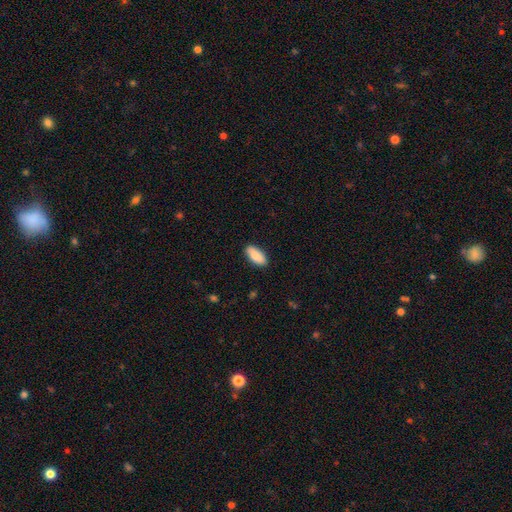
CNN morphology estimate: smooth-or-featured: smooth: 87% | featured or disk: 7% | star or artifact: 6%
  how-rounded: in between: 85% | cigar-shaped: 13% | round: 2%
  merging: none: 88% | minor disturbance: 9% | major disturbance: 2% | merger: 1%